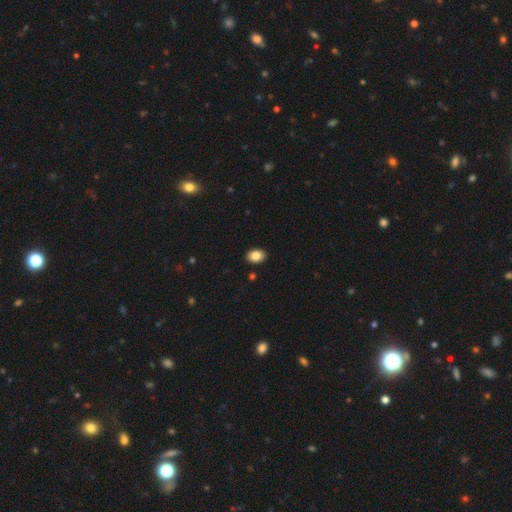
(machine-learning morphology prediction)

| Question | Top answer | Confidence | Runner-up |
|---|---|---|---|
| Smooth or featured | smooth | 86% | star or artifact (8%) |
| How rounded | in between | 77% | round (22%) |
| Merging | none | 91% | minor disturbance (6%) |